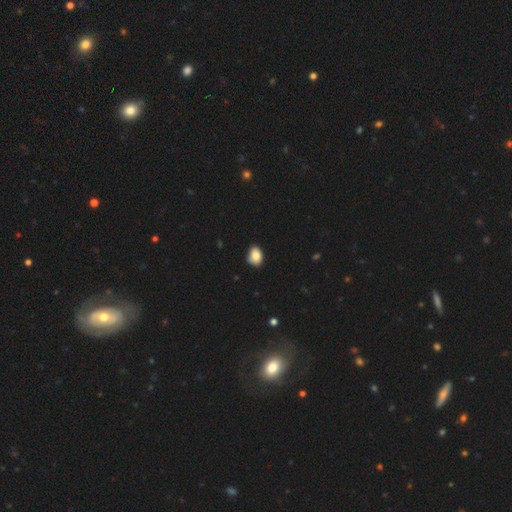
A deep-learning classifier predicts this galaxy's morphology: type=smooth (84%); roundness=in between (73%); merging=none (75%).